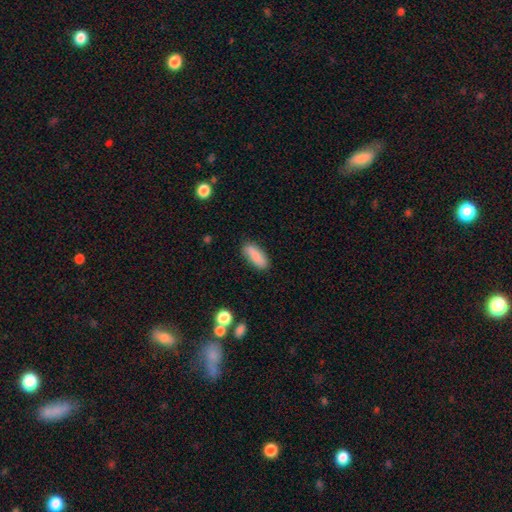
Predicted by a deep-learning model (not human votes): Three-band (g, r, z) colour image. It shows a smooth galaxy with no disk features (87%) that is in between round and cigar-shaped (68%). Merging: none (83%).